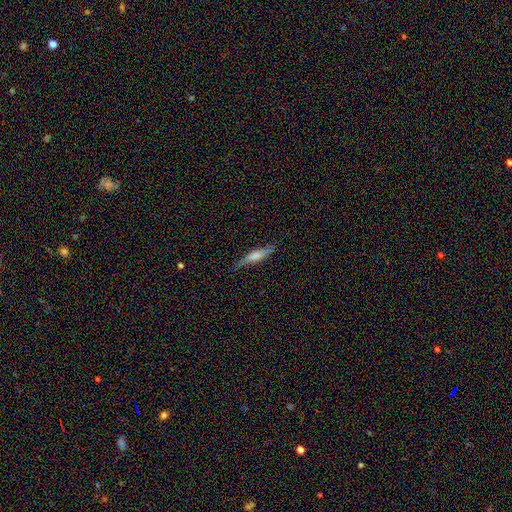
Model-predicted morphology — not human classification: A smooth galaxy with no disk features (59%) that is cigar-shaped (80%).

Vote fractions:
- Smooth or featured? smooth: 59% / featured or disk: 35% / star or artifact: 6%
- How rounded? cigar-shaped: 80% / in between: 18% / round: 2%
- Merging? none: 74% / minor disturbance: 20% / major disturbance: 5% / merger: 2%